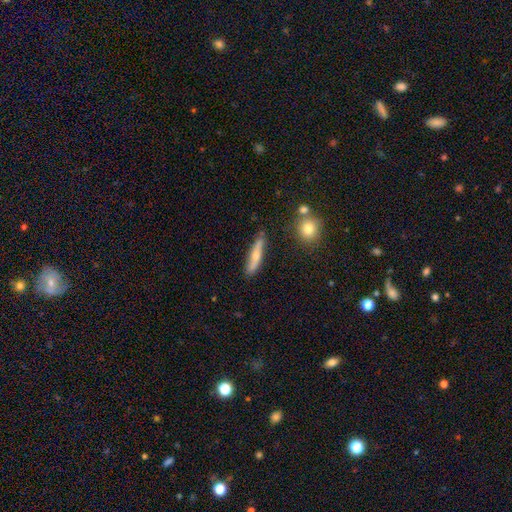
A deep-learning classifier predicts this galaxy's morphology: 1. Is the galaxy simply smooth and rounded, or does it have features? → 50% smooth, 43% featured or disk, 6% star or artifact.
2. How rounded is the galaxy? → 80% cigar-shaped, 17% in between, 3% round.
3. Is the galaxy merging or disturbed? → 81% none, 14% minor disturbance, 3% merger, 3% major disturbance.